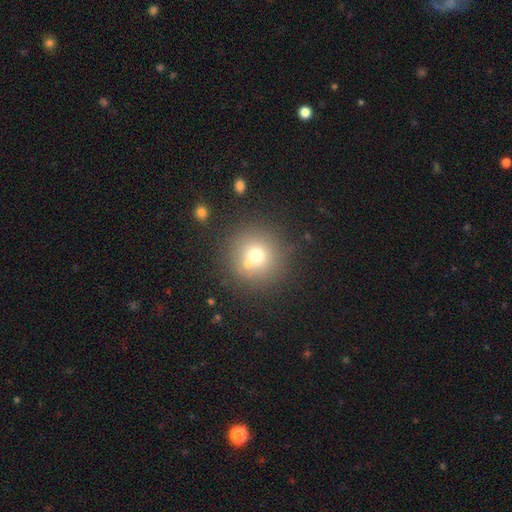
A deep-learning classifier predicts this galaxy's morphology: Smooth or featured? smooth (68%)
How rounded? round (94%)
Merging? none (73%)